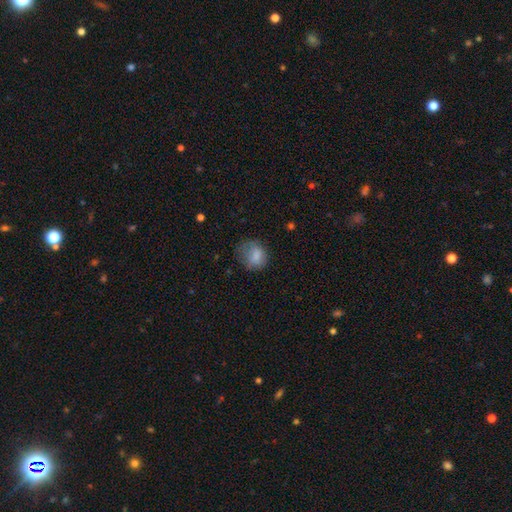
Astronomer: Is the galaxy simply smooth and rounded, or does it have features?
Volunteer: smooth — 87%.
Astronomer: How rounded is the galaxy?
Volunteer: round — 71%.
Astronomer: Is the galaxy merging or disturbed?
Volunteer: none — 54%.